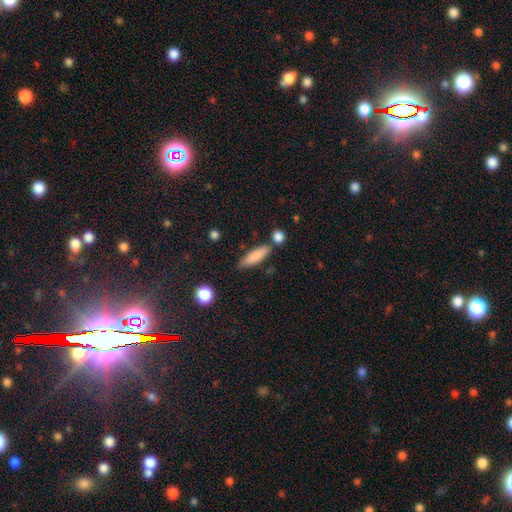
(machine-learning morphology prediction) This is clearly a smooth galaxy (83%). How rounded: likely cigar-shaped (62%). Merging: likely none (73%).